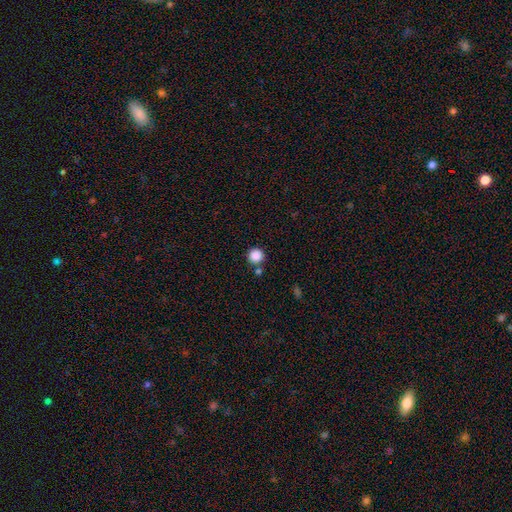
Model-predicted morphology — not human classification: Overall: smooth (86%). How rounded: round (95%). Merging: none (82%).